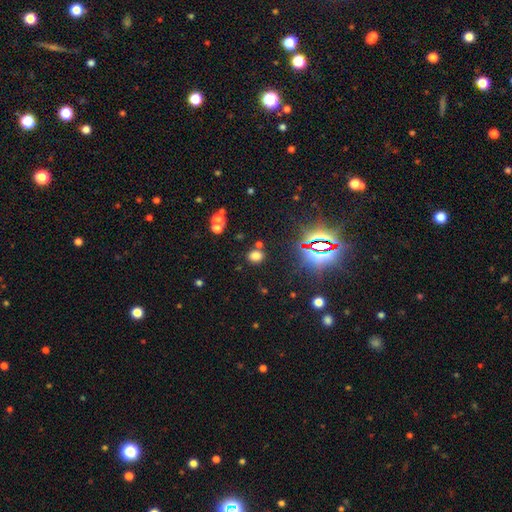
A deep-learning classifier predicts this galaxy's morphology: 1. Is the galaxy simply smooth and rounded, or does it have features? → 69% smooth, 24% star or artifact, 7% featured or disk.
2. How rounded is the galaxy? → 62% round, 37% in between, 1% cigar-shaped.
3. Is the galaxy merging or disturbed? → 77% none, 10% merger, 9% minor disturbance, 4% major disturbance.